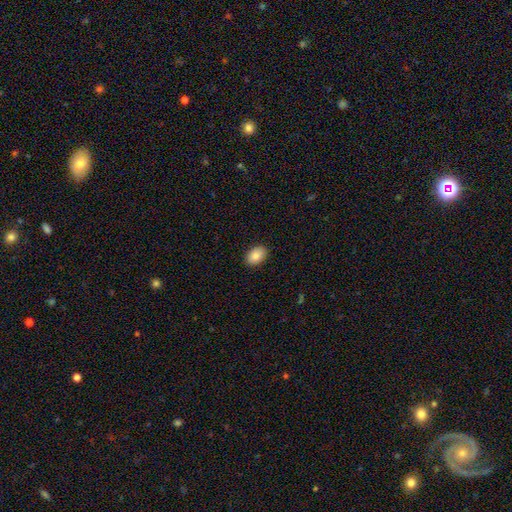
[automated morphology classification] Q: Smooth or featured?
A: smooth (86%); runner-up: featured or disk (7%)
Q: How rounded?
A: in between (87%); runner-up: round (12%)
Q: Merging?
A: none (90%); runner-up: minor disturbance (7%)